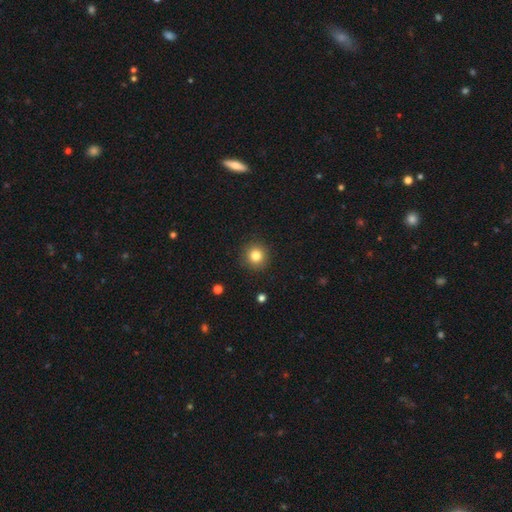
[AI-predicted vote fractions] Smooth or featured? Predicted: smooth (p=0.82). How rounded? Predicted: round (p=0.94). Merging? Predicted: none (p=0.92).